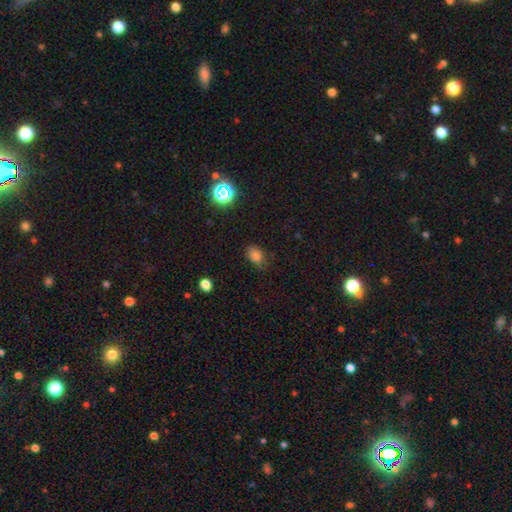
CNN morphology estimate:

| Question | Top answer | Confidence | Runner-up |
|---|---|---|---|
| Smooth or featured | smooth | 79% | star or artifact (15%) |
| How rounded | in between | 74% | round (25%) |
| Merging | none | 69% | minor disturbance (24%) |